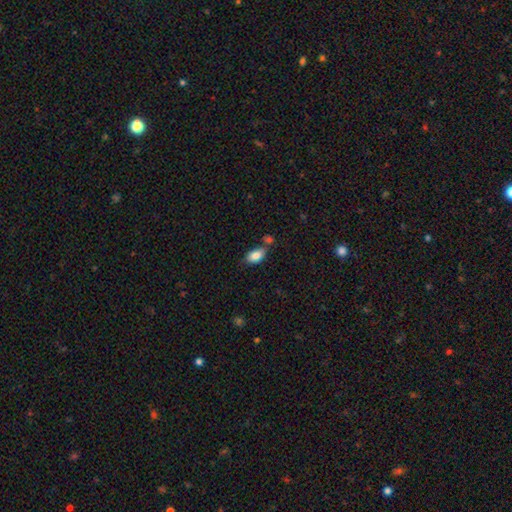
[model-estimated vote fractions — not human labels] Smooth or featured?
  - smooth: 84% *
  - featured or disk: 9%
  - star or artifact: 7%
How rounded?
  - in between: 92% *
  - round: 5%
  - cigar-shaped: 3%
Merging?
  - none: 60% *
  - merger: 19%
  - minor disturbance: 17%
  - major disturbance: 4%